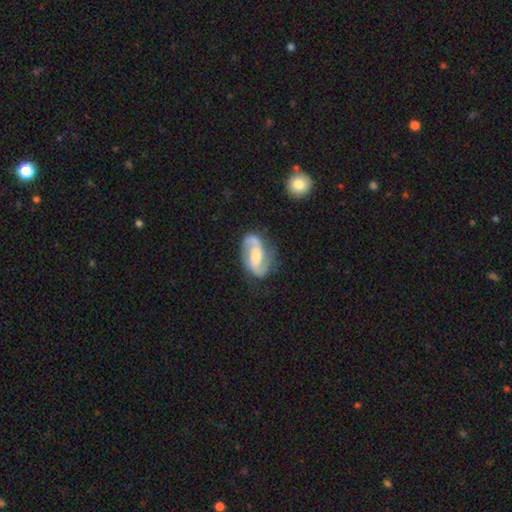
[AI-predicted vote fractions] The model was most divided on "bar": weak: 42%, no: 31%, strong: 27%. Remaining: edge-on disk — no (97%); spiral arms — yes (96%); spiral arm count — 2 (92%); smooth or featured — featured or disk (85%); merging — none (75%); bulge size — moderate (54%); spiral winding — medium (50%).